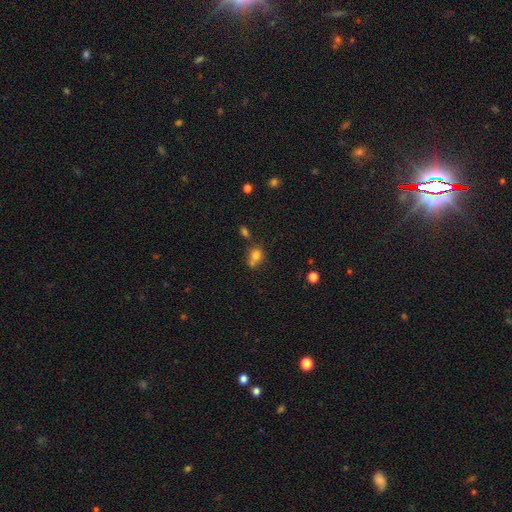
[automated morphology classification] A smooth galaxy with no disk features (75%) that is round (63%).

Vote fractions:
- Smooth or featured? smooth: 75% / star or artifact: 14% / featured or disk: 11%
- How rounded? round: 63% / in between: 36% / cigar-shaped: 1%
- Merging? none: 44% / merger: 35% / minor disturbance: 15% / major disturbance: 6%